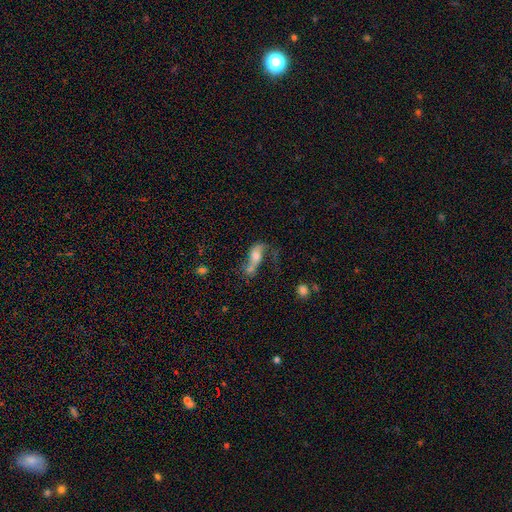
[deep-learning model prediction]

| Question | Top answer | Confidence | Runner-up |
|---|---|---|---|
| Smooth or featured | smooth | 46% | featured or disk (43%) |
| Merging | merger | 37% | none (25%) |